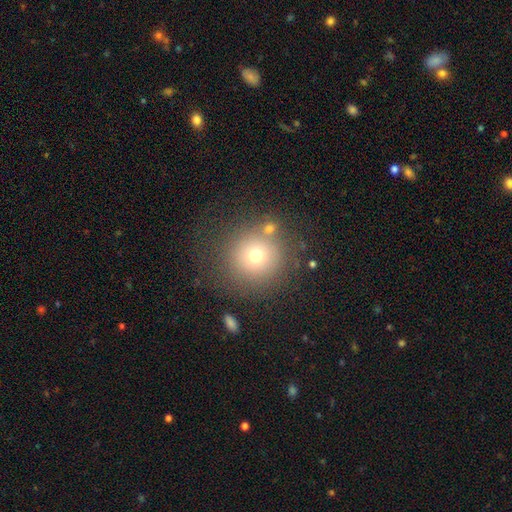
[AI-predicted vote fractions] Smooth or featured? smooth (70%)
How rounded? round (94%)
Merging? none (74%)